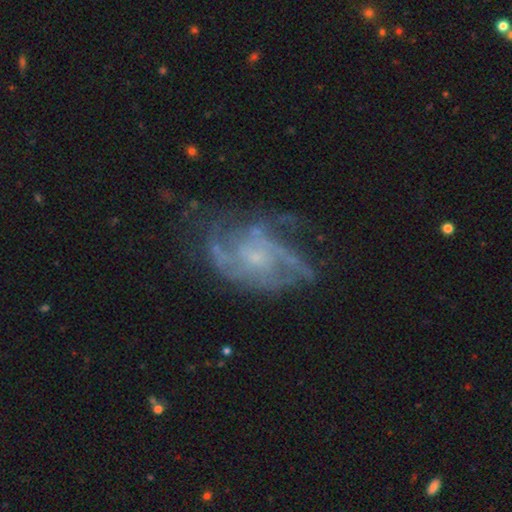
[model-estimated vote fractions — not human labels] The model was most divided on "spiral arm count": can't tell: 33%, 3: 22%, 2: 20%, 4: 13%, more than 4: 6%, 1: 6%. Remaining: edge-on disk — no (97%); spiral arms — yes (86%); smooth or featured — featured or disk (82%); bar — no (71%); bulge size — small (69%); merging — none (53%); spiral winding — medium (44%).